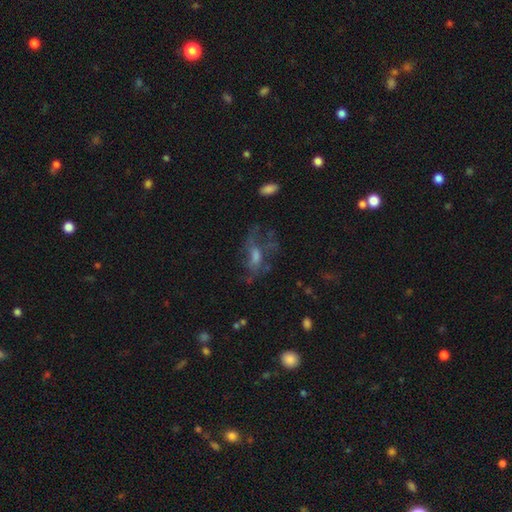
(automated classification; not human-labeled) This appears to be a featured or disk galaxy (55%) with no bar (61%), no spiral arms (55%) and a moderate central bulge (41%). Merging: none (45%).